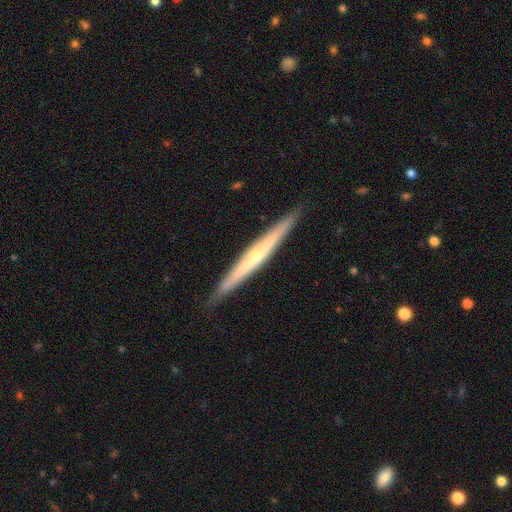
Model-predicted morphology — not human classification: smooth_or_featured: featured or disk (p=0.66) [alt: smooth p=0.28]
disk_edge_on: yes (p=0.97) [alt: no p=0.03]
edge_on_bulge: rounded (p=0.51) [alt: none p=0.43]
merging: none (p=0.91) [alt: minor disturbance p=0.07]